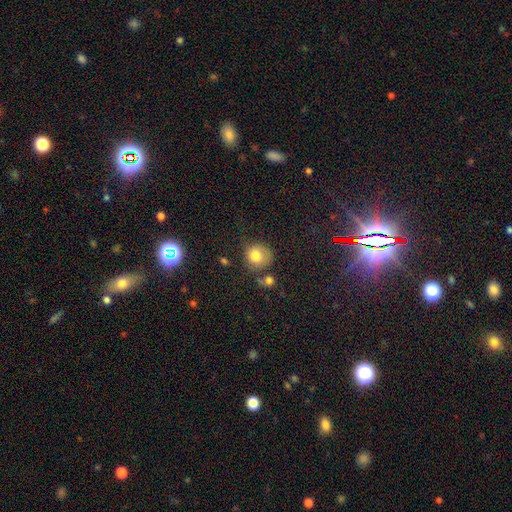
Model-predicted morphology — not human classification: Smooth or featured?
  - smooth: 79% *
  - featured or disk: 10%
  - star or artifact: 10%
How rounded?
  - round: 83% *
  - in between: 16%
  - cigar-shaped: 1%
Merging?
  - none: 52% *
  - minor disturbance: 23%
  - merger: 13%
  - major disturbance: 12%